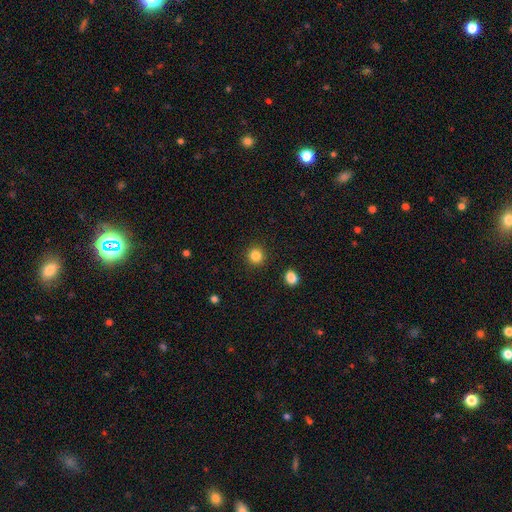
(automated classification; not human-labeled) Smooth or featured? Predicted: smooth (p=0.84). How rounded? Predicted: round (p=0.93). Merging? Predicted: none (p=0.91).